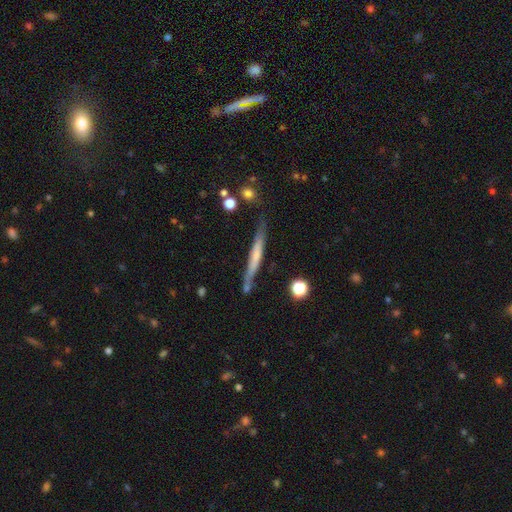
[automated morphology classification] A featured or disk galaxy (50%).

Vote fractions:
- Smooth or featured? featured or disk: 50% / smooth: 43% / star or artifact: 7%
- Merging? none: 70% / minor disturbance: 19% / merger: 7% / major disturbance: 5%